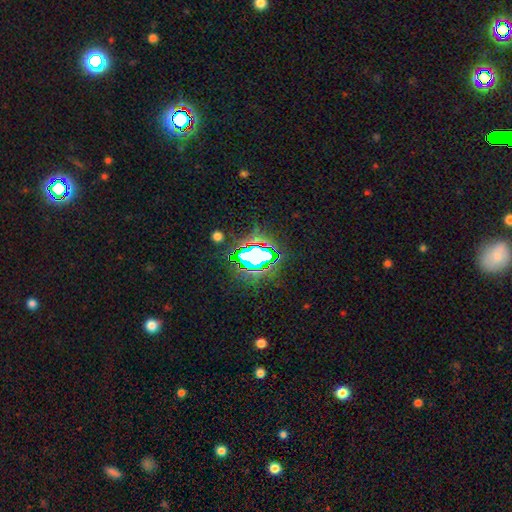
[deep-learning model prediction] This is likely a star or artifact rather than a galaxy (69%).